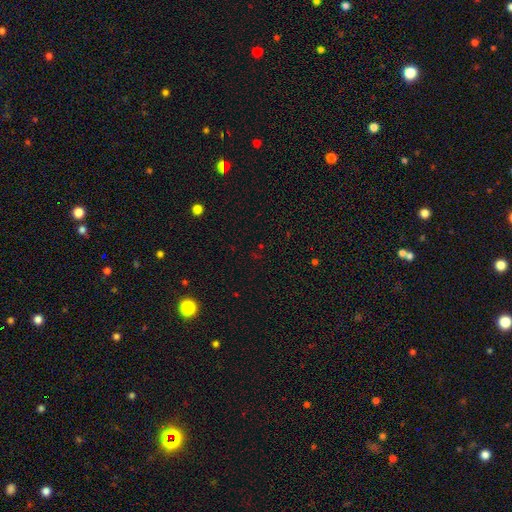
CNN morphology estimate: Smooth or featured?
  - star or artifact: 65% *
  - smooth: 27%
  - featured or disk: 8%